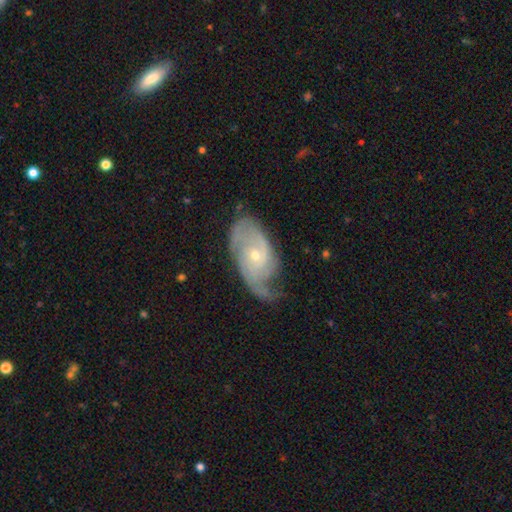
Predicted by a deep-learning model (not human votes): Smooth or featured? featured or disk (84%)
Edge-on disk? no (95%)
Bar? no (69%)
Spiral arms? yes (94%)
Spiral winding? tight (44%)
Spiral arm count? 2 (50%)
Bulge size? small (64%)
Merging? none (55%)